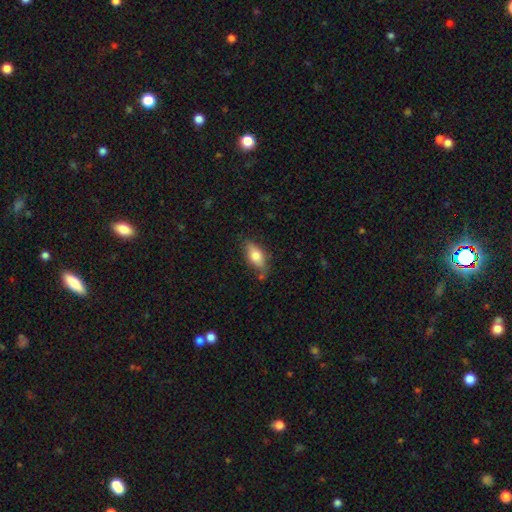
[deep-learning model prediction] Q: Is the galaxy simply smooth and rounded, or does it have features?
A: smooth — 75%.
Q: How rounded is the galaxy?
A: in between — 82%.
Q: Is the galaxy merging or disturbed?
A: none — 72%.